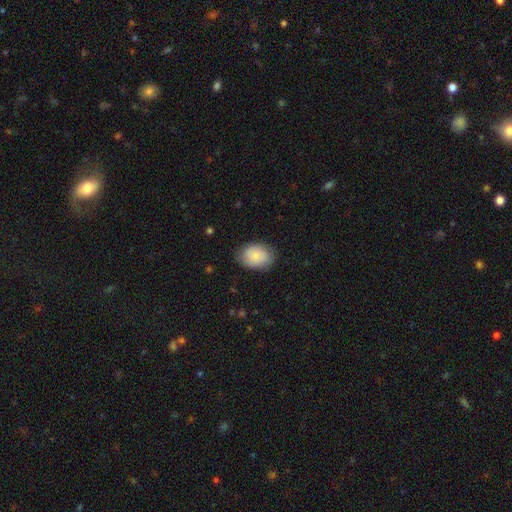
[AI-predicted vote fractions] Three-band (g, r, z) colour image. It shows a smooth galaxy with no disk features (79%) that is in between round and cigar-shaped (76%). Merging: none (77%).